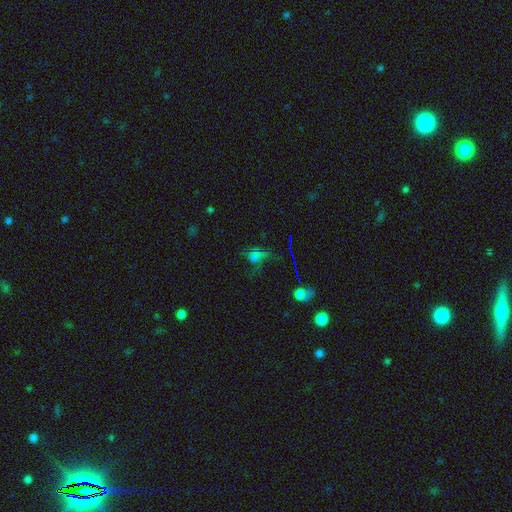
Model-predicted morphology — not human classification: Smooth or featured?
  - smooth: 40% *
  - star or artifact: 38%
  - featured or disk: 22%
Merging?
  - major disturbance: 38% *
  - none: 32%
  - minor disturbance: 17%
  - merger: 13%